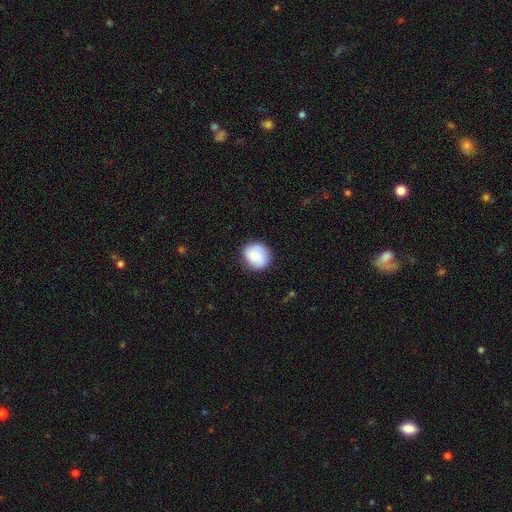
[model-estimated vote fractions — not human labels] A smooth galaxy with no disk features (81%) that is round (81%).

Vote fractions:
- Smooth or featured? smooth: 81% / featured or disk: 12% / star or artifact: 7%
- How rounded? round: 81% / in between: 18% / cigar-shaped: 1%
- Merging? none: 82% / minor disturbance: 13% / major disturbance: 3% / merger: 1%